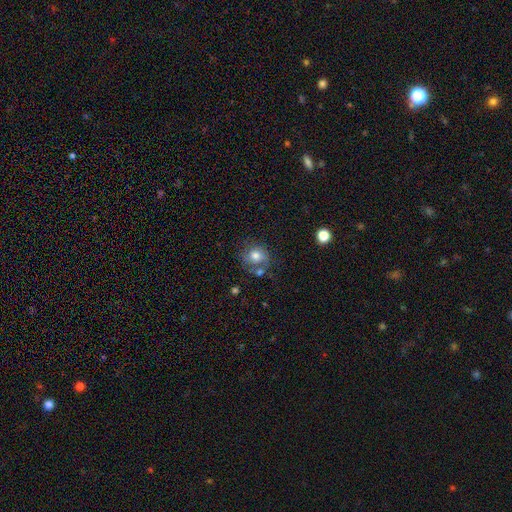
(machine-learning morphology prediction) Smooth or featured?
  - smooth: 70% *
  - featured or disk: 19%
  - star or artifact: 11%
How rounded?
  - round: 76% *
  - in between: 23%
  - cigar-shaped: 1%
Merging?
  - none: 56% *
  - minor disturbance: 20%
  - merger: 15%
  - major disturbance: 10%